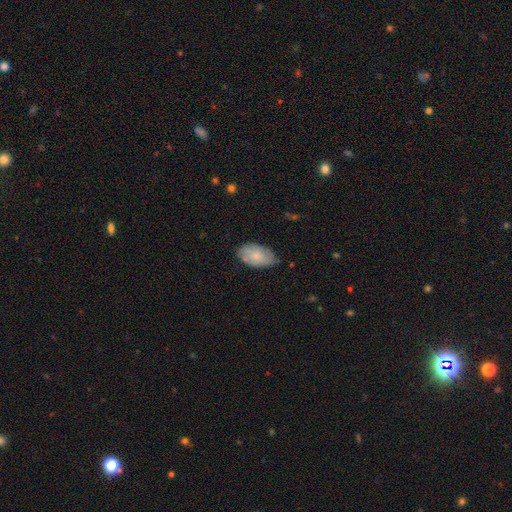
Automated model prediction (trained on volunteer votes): smooth_or_featured: smooth (p=0.73) [alt: featured or disk p=0.21]
how_rounded: in between (p=0.94) [alt: round p=0.04]
merging: none (p=0.63) [alt: minor disturbance p=0.30]